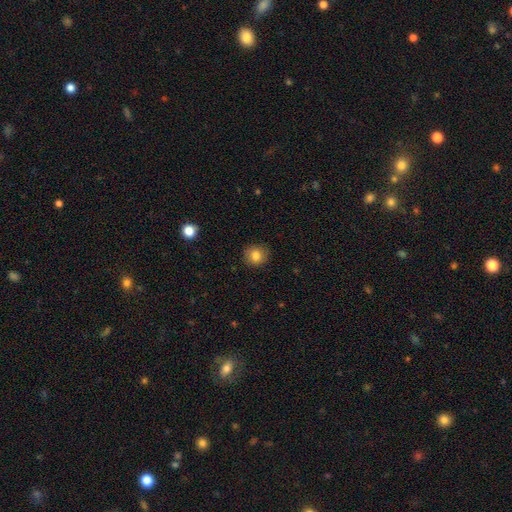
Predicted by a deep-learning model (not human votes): Smooth or featured?
  - smooth: 82% *
  - star or artifact: 10%
  - featured or disk: 8%
How rounded?
  - round: 89% *
  - in between: 10%
  - cigar-shaped: 1%
Merging?
  - none: 90% *
  - minor disturbance: 7%
  - major disturbance: 2%
  - merger: 1%